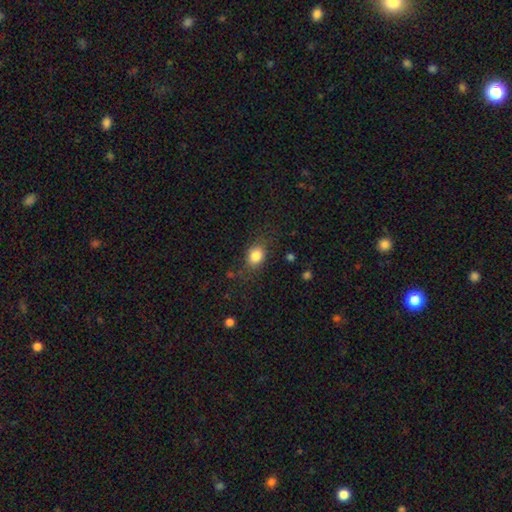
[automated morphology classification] Smooth or featured: smooth — 83% (star or artifact — 9%)
How rounded: in between — 61% (round — 38%)
Merging: none — 76% (minor disturbance — 16%)